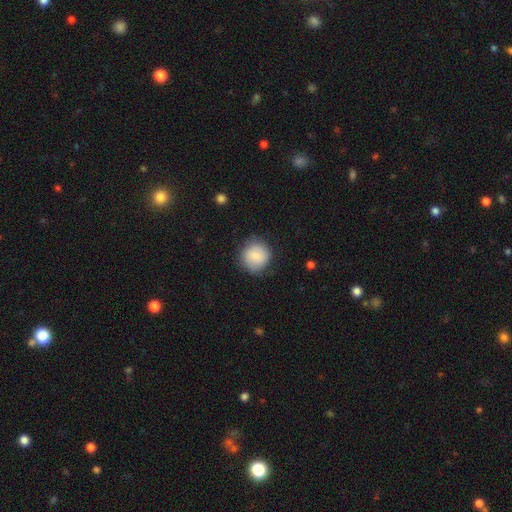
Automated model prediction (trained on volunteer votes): Overall: smooth (85%). How rounded: round (91%). Merging: none (82%).